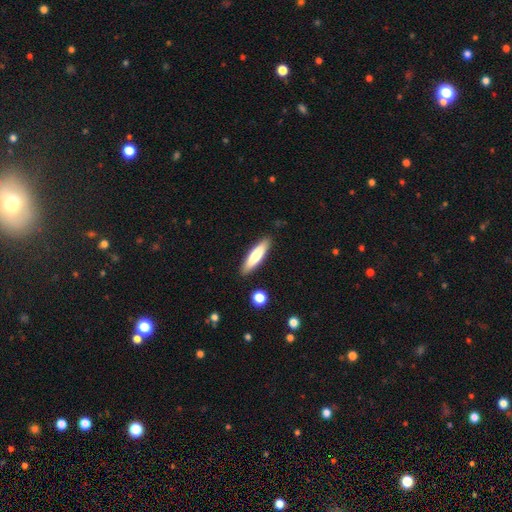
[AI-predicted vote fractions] smooth_or_featured: smooth (p=0.75) [alt: featured or disk p=0.19]
how_rounded: cigar-shaped (p=0.75) [alt: in between p=0.24]
merging: none (p=0.89) [alt: minor disturbance p=0.08]